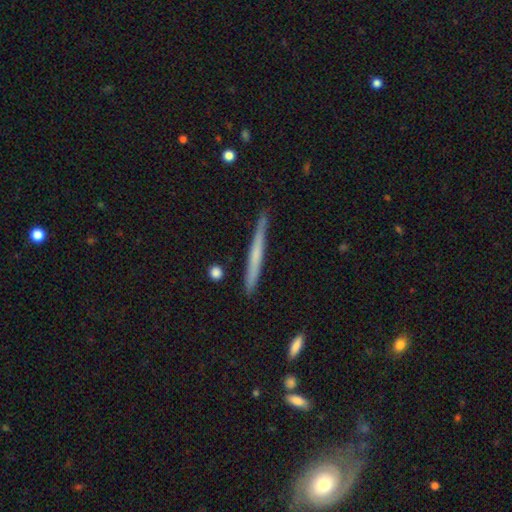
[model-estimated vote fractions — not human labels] The model was most divided on "smooth or featured": smooth: 48%, featured or disk: 46%, star or artifact: 6%. More confident: merging — none (86%).